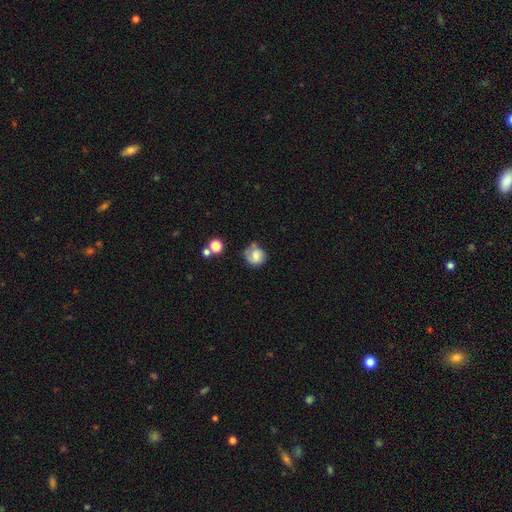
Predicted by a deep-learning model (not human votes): smooth_or_featured: smooth (p=0.59) [alt: featured or disk p=0.32]
how_rounded: round (p=0.82) [alt: in between p=0.18]
merging: none (p=0.54) [alt: minor disturbance p=0.27]